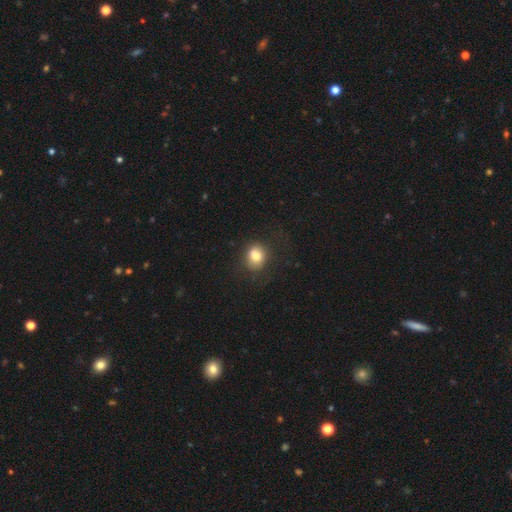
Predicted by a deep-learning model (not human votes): smooth 81%, star or artifact 10%, featured or disk 9%. Down the decision tree: how rounded — round (59%); merging — none (69%).